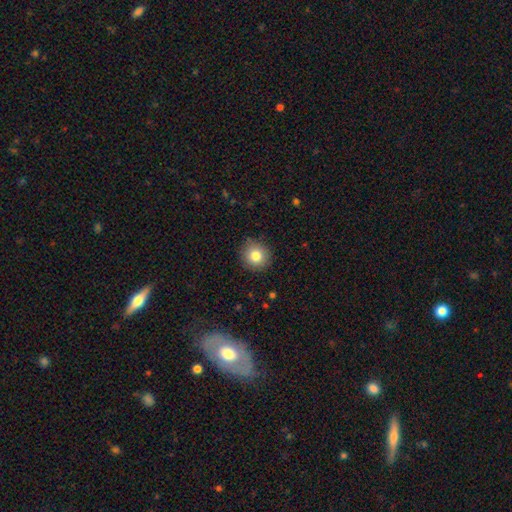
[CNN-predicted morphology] A smooth galaxy with no disk features (82%) that is round (92%). Merging: none (89%).